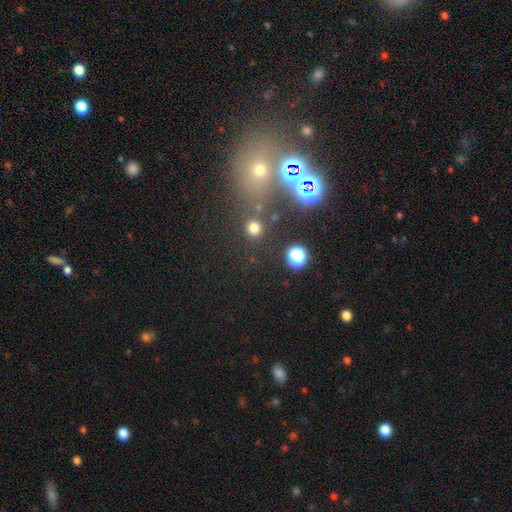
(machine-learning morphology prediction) Overall: star or artifact (53%; smooth 33%).